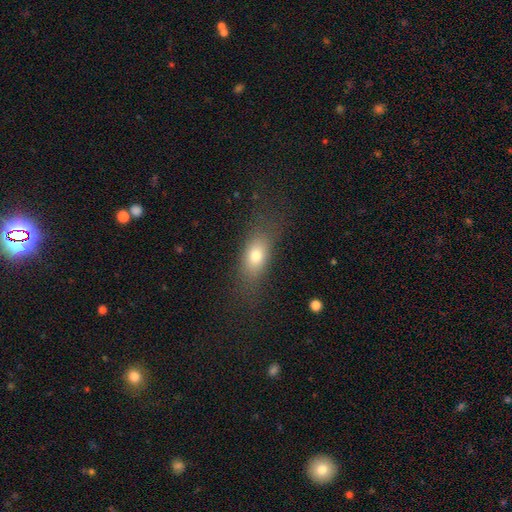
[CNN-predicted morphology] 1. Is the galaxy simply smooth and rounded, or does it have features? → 73% smooth, 16% featured or disk, 11% star or artifact.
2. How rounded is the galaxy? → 75% in between, 16% round, 9% cigar-shaped.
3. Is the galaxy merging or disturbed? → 71% none, 15% minor disturbance, 12% major disturbance, 2% merger.